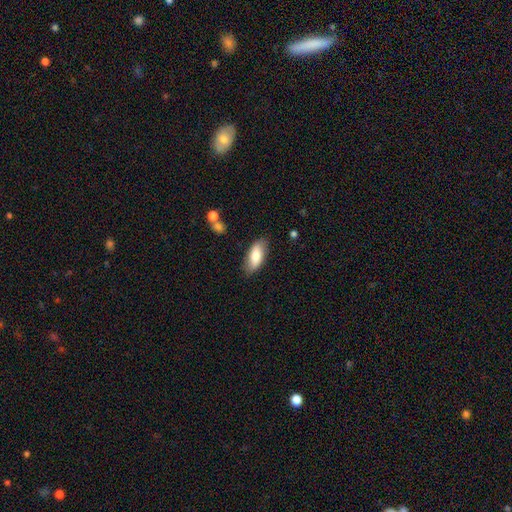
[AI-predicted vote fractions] The model was most divided on "smooth or featured": smooth: 76%, featured or disk: 18%, star or artifact: 6%. More confident: how rounded — in between (84%); merging — none (82%).